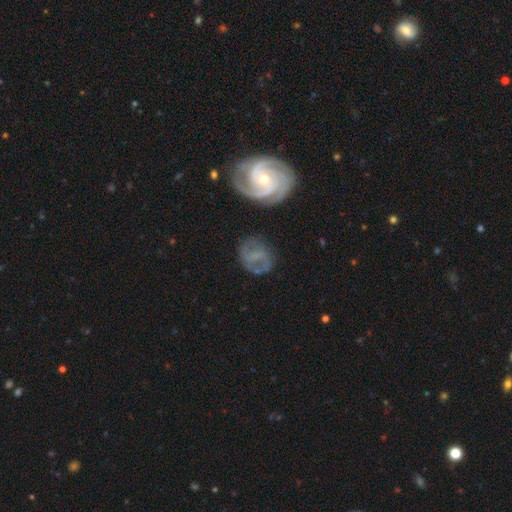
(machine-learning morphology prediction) This appears to be a featured or disk galaxy (69%) with a weak bar (42%), 2 (52%) medium (45%) spiral arms (87%) and a small central bulge (45%). Merging: none (63%).